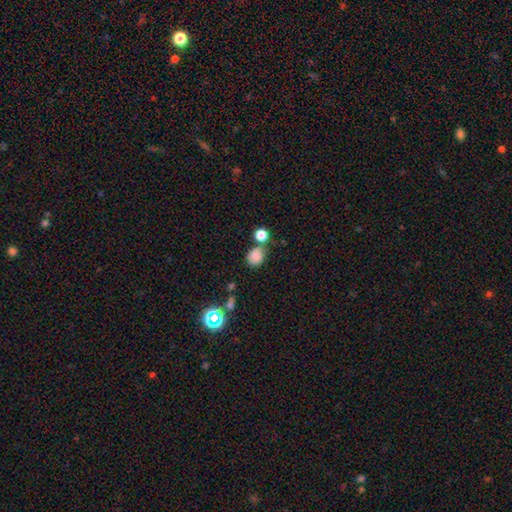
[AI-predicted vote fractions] Overall: smooth (80%). How rounded: round (72%). Merging: none (55%; merger 26%).